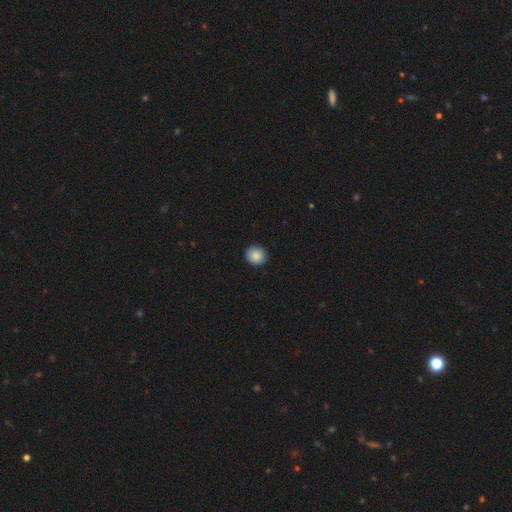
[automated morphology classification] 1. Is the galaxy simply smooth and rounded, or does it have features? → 87% smooth, 9% star or artifact, 4% featured or disk.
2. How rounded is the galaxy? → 89% round, 10% in between, 1% cigar-shaped.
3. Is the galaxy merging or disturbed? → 91% none, 6% minor disturbance, 2% major disturbance, 1% merger.